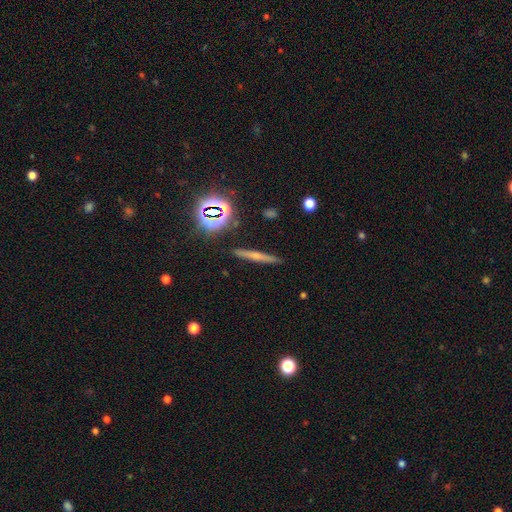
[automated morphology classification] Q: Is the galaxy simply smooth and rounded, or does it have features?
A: smooth — 45%.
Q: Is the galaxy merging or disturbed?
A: none — 89%.